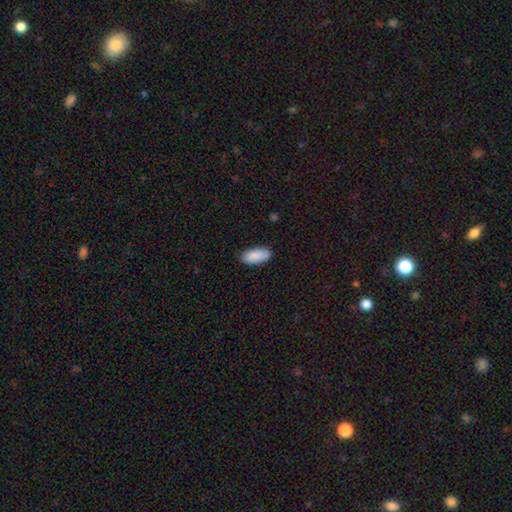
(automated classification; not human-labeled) This appears to be a smooth galaxy with no disk features (90%) that is in between round and cigar-shaped (90%). Merging: none (86%).